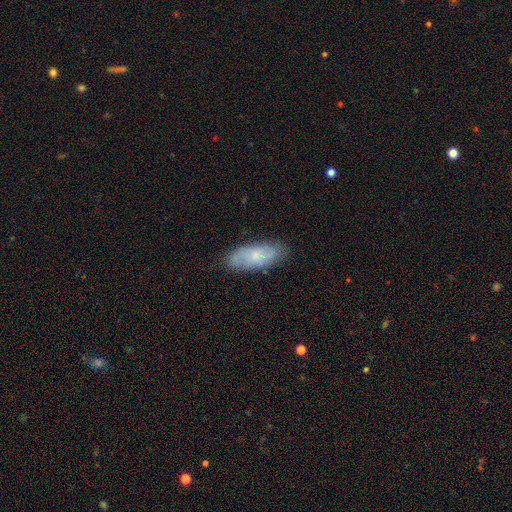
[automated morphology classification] A smooth galaxy with no disk features (57%) that is in between round and cigar-shaped (77%).

Vote fractions:
- Smooth or featured? smooth: 57% / featured or disk: 36% / star or artifact: 7%
- How rounded? in between: 77% / cigar-shaped: 21% / round: 2%
- Merging? none: 80% / minor disturbance: 16% / major disturbance: 3% / merger: 1%